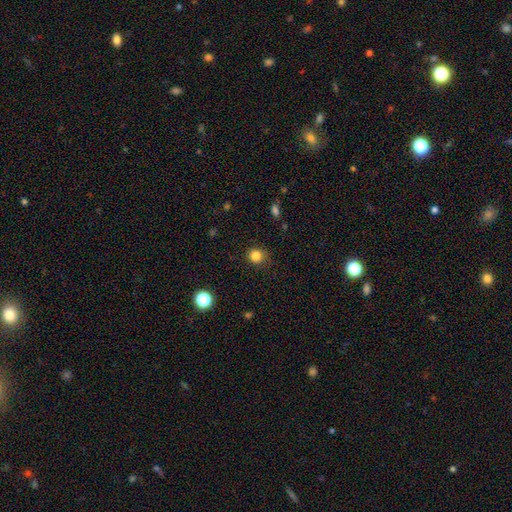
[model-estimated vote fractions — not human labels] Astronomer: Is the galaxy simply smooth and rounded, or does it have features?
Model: smooth — 83%.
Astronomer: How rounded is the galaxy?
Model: round — 85%.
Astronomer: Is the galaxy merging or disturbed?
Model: none — 77%.